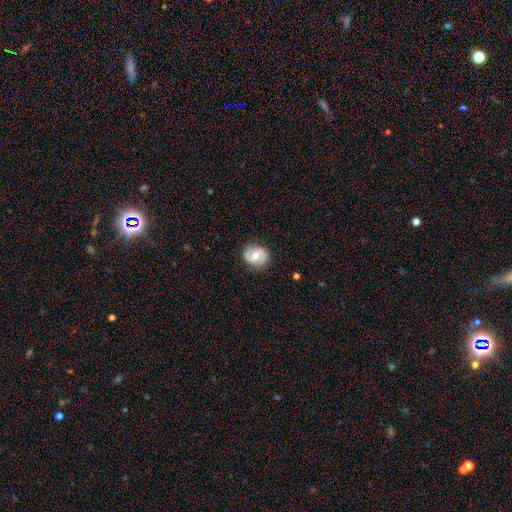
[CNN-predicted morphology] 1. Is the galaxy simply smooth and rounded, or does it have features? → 56% featured or disk, 37% smooth, 7% star or artifact.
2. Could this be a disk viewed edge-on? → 97% no, 3% yes.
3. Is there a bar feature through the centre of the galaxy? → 60% no, 31% weak, 9% strong.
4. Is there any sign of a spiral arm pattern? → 74% yes, 26% no.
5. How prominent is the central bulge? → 75% moderate, 18% small, 5% large, 1% none, 1% dominant.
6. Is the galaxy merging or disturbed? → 83% none, 13% minor disturbance, 3% major disturbance, 1% merger.